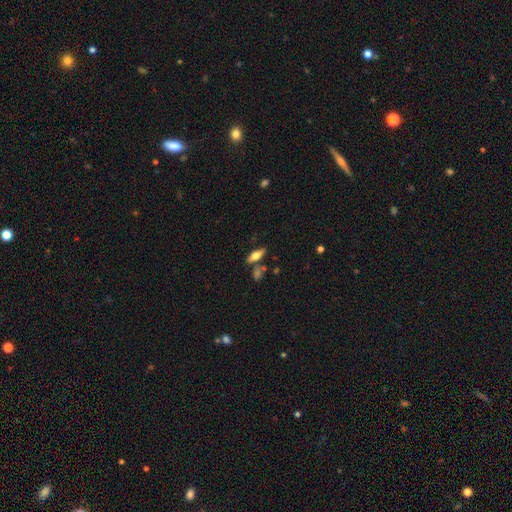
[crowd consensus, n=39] Morphology: type=featured or disk (59%); edge-on=yes (91%); edge-on bulge=rounded (95%); merging=none (73%).